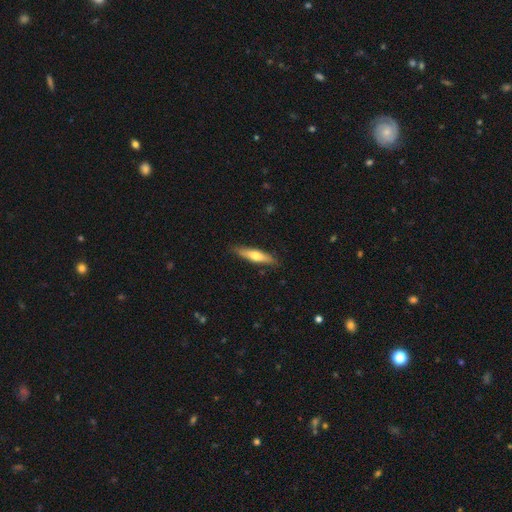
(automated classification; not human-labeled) The model was most divided on "smooth or featured": smooth: 55%, featured or disk: 39%, star or artifact: 5%. More confident: merging — none (87%); how rounded — cigar-shaped (81%).